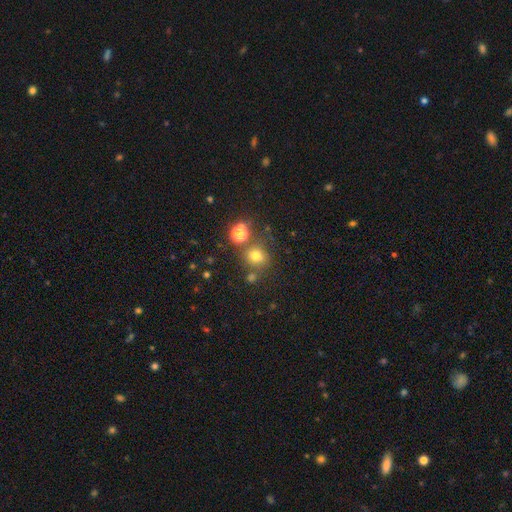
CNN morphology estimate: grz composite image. It shows a smooth galaxy with no disk features (69%) that is round (79%). Merging: none (69%).